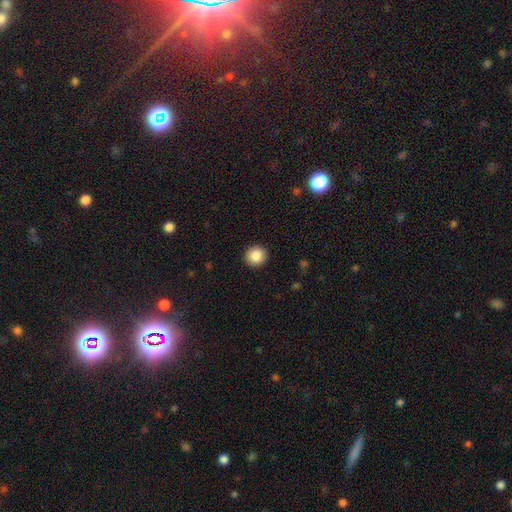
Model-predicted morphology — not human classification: Smooth or featured? Predicted: smooth (p=0.86). How rounded? Predicted: round (p=0.92). Merging? Predicted: none (p=0.92).